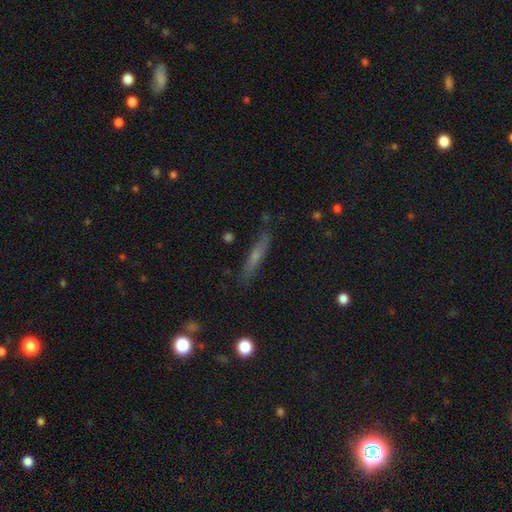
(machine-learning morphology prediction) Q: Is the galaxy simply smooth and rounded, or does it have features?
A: smooth — 45%, tied with featured or disk.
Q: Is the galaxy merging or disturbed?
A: none — 84%.